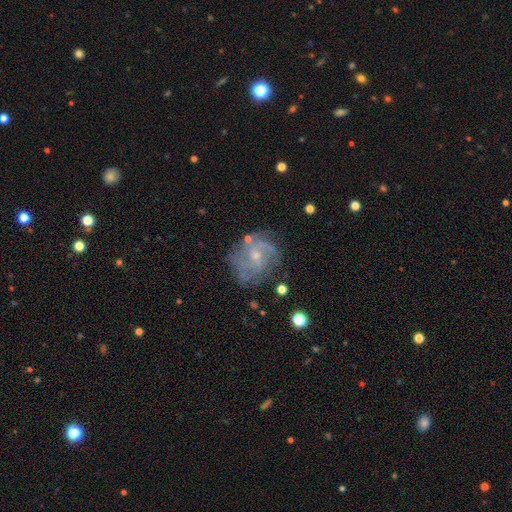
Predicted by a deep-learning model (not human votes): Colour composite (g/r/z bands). It shows a featured or disk galaxy (80%) with no bar (56%), medium (43%) spiral arms (91%) and a small central bulge (68%). Merging: none (68%).